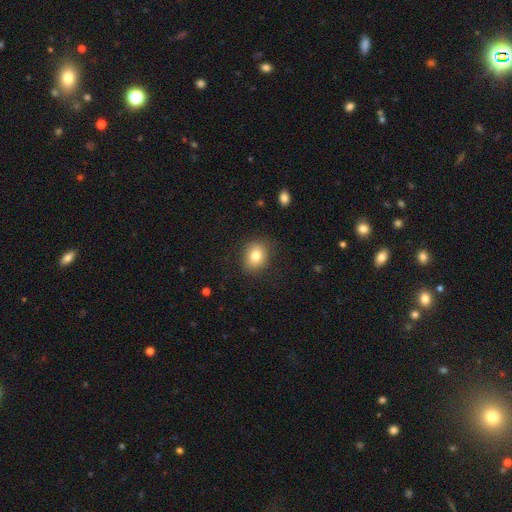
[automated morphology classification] Q: Smooth or featured?
A: smooth (81%); runner-up: star or artifact (10%)
Q: How rounded?
A: round (59%); runner-up: in between (40%)
Q: Merging?
A: none (84%); runner-up: minor disturbance (11%)